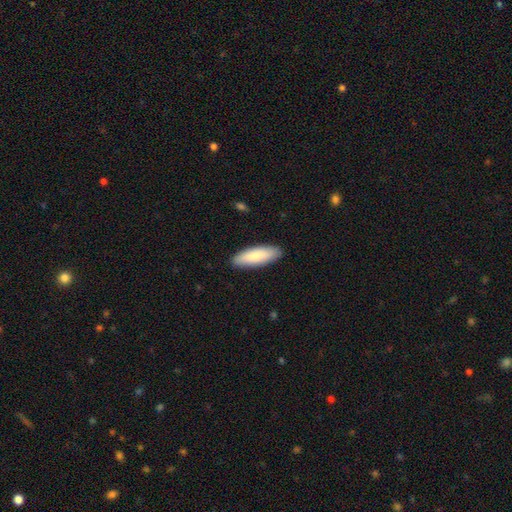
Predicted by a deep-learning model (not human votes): Smooth or featured?
  - smooth: 85% *
  - featured or disk: 9%
  - star or artifact: 5%
How rounded?
  - in between: 51% *
  - cigar-shaped: 48%
  - round: 1%
Merging?
  - none: 90% *
  - minor disturbance: 8%
  - major disturbance: 2%
  - merger: 1%